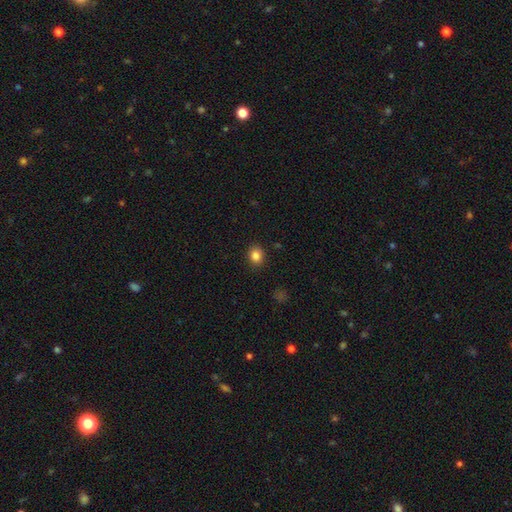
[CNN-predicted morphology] Smooth or featured? Predicted: smooth (p=0.84). How rounded? Predicted: round (p=0.68). Merging? Predicted: none (p=0.90).